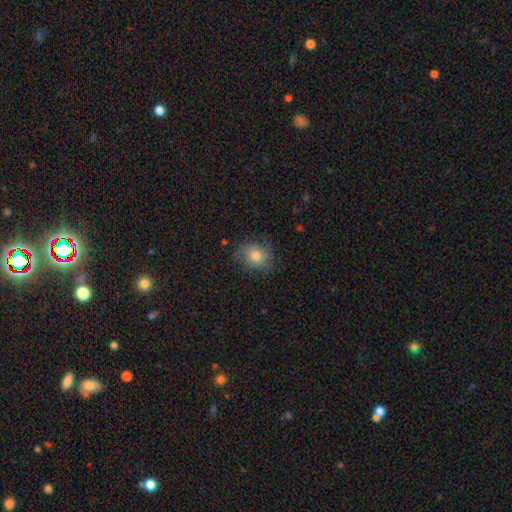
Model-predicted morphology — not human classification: smooth-or-featured: smooth: 70% | featured or disk: 19% | star or artifact: 12%
  how-rounded: round: 68% | in between: 31% | cigar-shaped: 1%
  merging: none: 74% | minor disturbance: 18% | major disturbance: 7% | merger: 1%